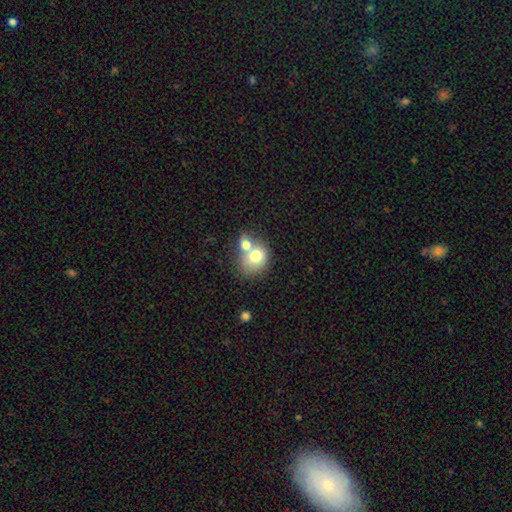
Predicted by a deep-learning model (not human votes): This is likely a smooth galaxy (72%). How rounded: possibly round (57%). Merging: possibly merger (58%).